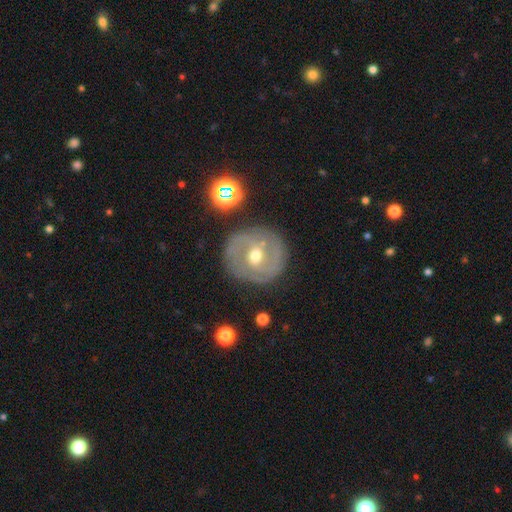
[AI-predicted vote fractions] Smooth or featured? Predicted: featured or disk (p=0.74). Edge-on disk? Predicted: no (p=0.97). Bar? Predicted: no (p=0.44). Spiral arms? Predicted: yes (p=0.80). Spiral winding? Predicted: tight (p=0.58). Spiral arm count? Predicted: 2 (p=0.55). Bulge size? Predicted: moderate (p=0.66). Merging? Predicted: none (p=0.80).